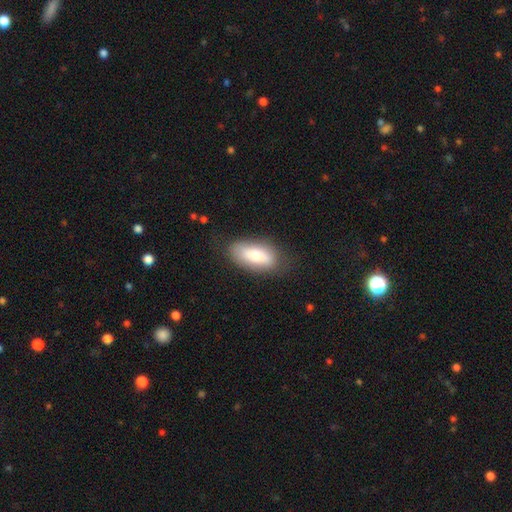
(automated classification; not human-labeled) Smooth or featured: smooth — 71% (featured or disk — 22%)
How rounded: in between — 86% (cigar-shaped — 11%)
Merging: none — 76% (minor disturbance — 17%)